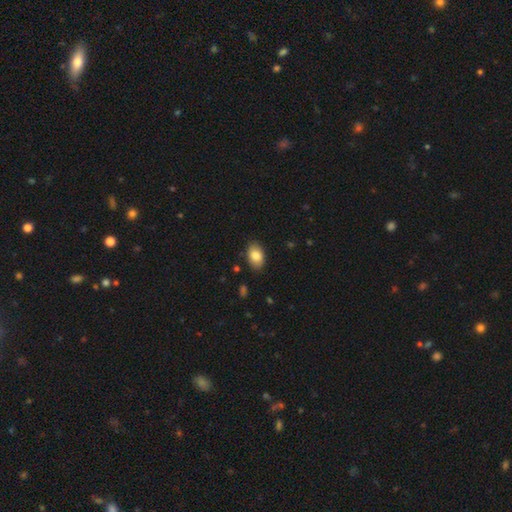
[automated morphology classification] smooth_or_featured: smooth (p=0.84) [alt: featured or disk p=0.08]
how_rounded: in between (p=0.88) [alt: round p=0.10]
merging: none (p=0.86) [alt: minor disturbance p=0.11]